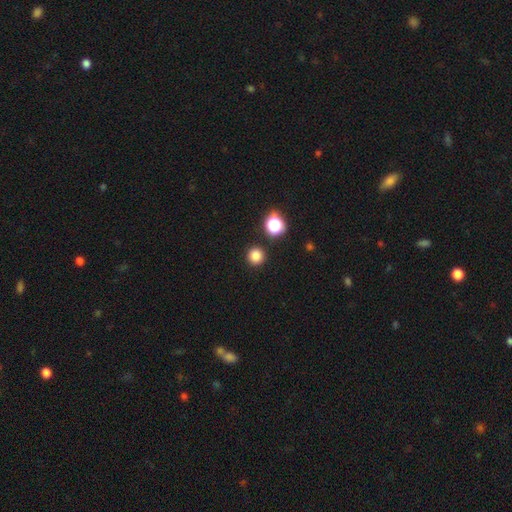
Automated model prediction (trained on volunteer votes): Smooth or featured? Predicted: smooth (p=0.82). How rounded? Predicted: round (p=0.95). Merging? Predicted: none (p=0.91).